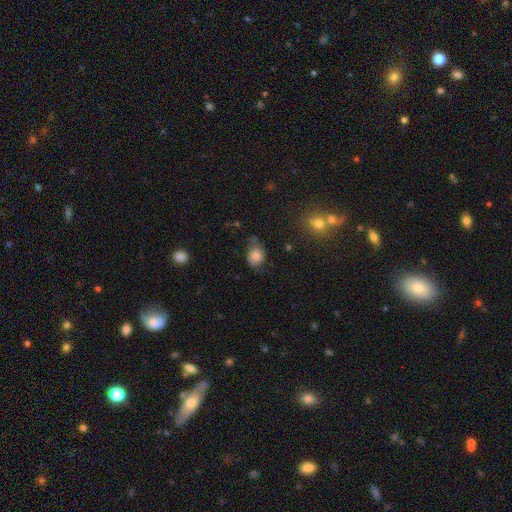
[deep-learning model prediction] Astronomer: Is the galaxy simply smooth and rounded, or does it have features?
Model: smooth — 73%.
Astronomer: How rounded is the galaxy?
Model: round — 54% (runner-up: in between, 45%).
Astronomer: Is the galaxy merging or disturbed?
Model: none — 57%.